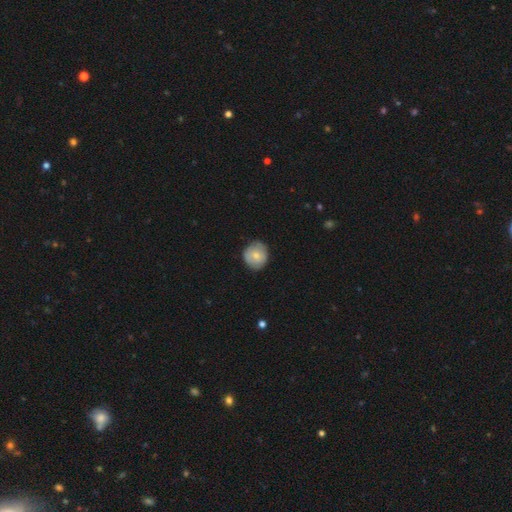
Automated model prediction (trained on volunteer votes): Overall: smooth (67%). How rounded: round (87%). Merging: none (79%).